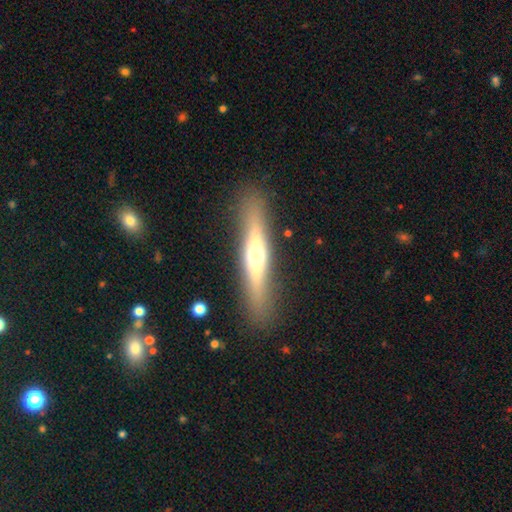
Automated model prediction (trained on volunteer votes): Smooth or featured: featured or disk — 58% (smooth — 36%)
Edge-on disk: yes — 91% (no — 9%)
Edge-on bulge: rounded — 86% (none — 8%)
Merging: none — 86% (minor disturbance — 10%)